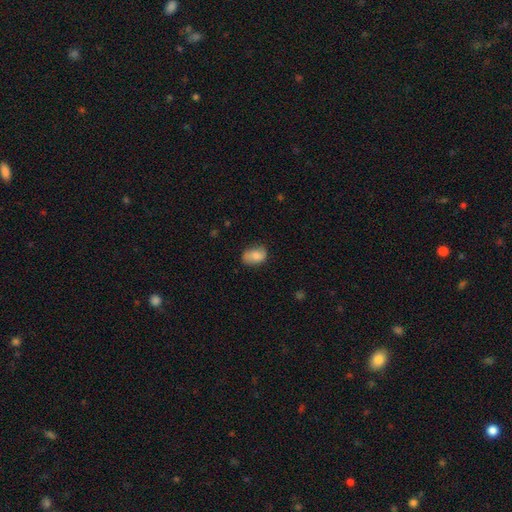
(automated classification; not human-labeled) smooth-or-featured: smooth: 79% | featured or disk: 14% | star or artifact: 7%
  how-rounded: in between: 83% | round: 16% | cigar-shaped: 1%
  merging: none: 65% | minor disturbance: 27% | major disturbance: 6% | merger: 2%